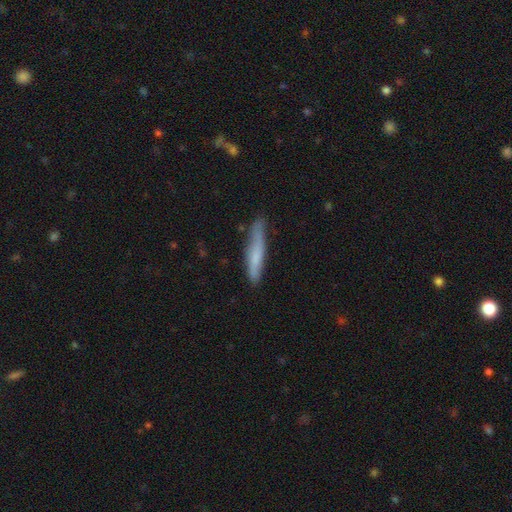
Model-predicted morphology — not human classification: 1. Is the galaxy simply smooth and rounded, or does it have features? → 63% smooth, 30% featured or disk, 7% star or artifact.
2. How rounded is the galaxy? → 91% cigar-shaped, 8% in between, 1% round.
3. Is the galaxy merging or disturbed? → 70% none, 23% minor disturbance, 4% major disturbance, 2% merger.